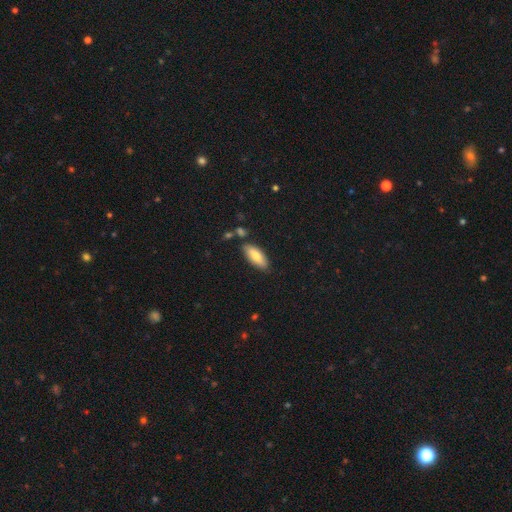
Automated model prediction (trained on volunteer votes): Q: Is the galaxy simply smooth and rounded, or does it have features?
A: smooth — 78%.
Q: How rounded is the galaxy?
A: in between — 76%.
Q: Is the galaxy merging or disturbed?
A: none — 81%.